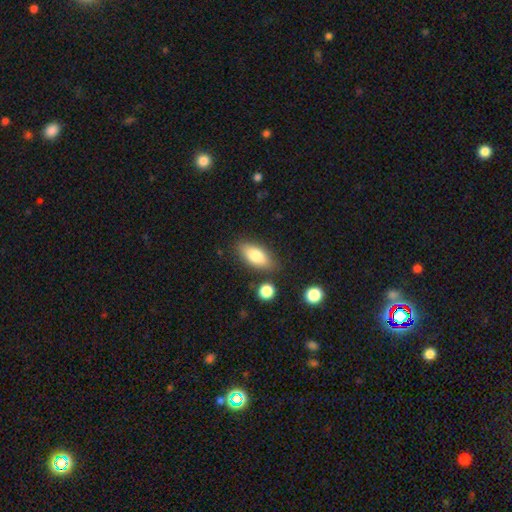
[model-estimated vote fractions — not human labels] The model was most divided on "smooth or featured": smooth: 79%, featured or disk: 14%, star or artifact: 7%. More confident: how rounded — in between (85%); merging — none (80%).